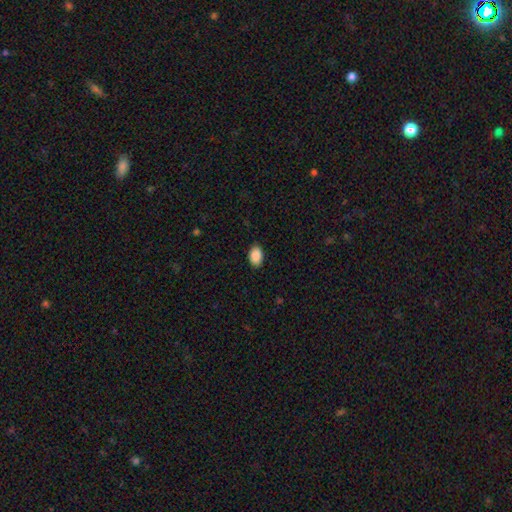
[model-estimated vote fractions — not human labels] This is clearly a smooth galaxy (90%). How rounded: clearly in between (89%). Merging: clearly none (87%).